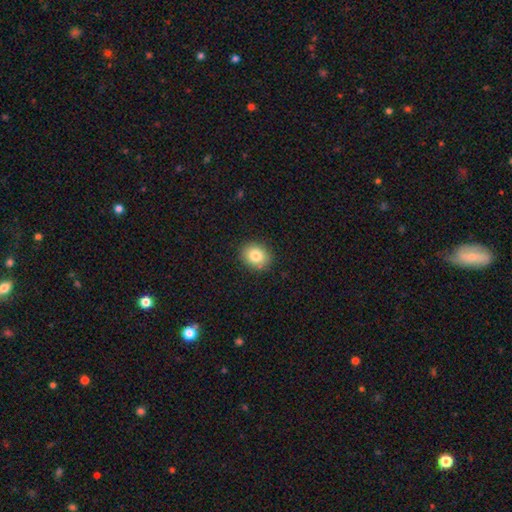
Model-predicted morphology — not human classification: A smooth galaxy with no disk features (83%) that is round (57%).

Vote fractions:
- Smooth or featured? smooth: 83% / star or artifact: 9% / featured or disk: 8%
- How rounded? round: 57% / in between: 42% / cigar-shaped: 1%
- Merging? none: 89% / minor disturbance: 8% / major disturbance: 2% / merger: 1%